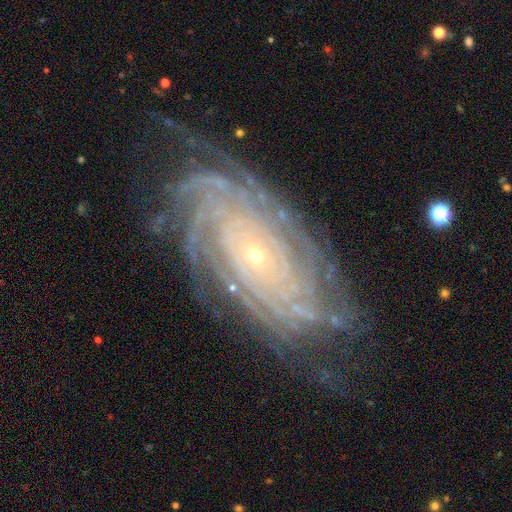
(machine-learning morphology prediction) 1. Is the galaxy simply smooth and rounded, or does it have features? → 91% featured or disk, 5% star or artifact, 4% smooth.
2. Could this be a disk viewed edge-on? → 96% no, 4% yes.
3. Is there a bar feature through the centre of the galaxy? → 75% no, 17% weak, 9% strong.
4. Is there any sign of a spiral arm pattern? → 98% yes, 2% no.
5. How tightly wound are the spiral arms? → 83% tight, 14% medium, 3% loose.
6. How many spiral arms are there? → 33% more than 4, 20% can't tell, 19% 4, 10% 3, 10% 2, 7% 1.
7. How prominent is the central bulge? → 82% small, 15% moderate, 1% large, 1% none, 1% dominant.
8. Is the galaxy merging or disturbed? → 75% none, 16% minor disturbance, 7% major disturbance, 2% merger.